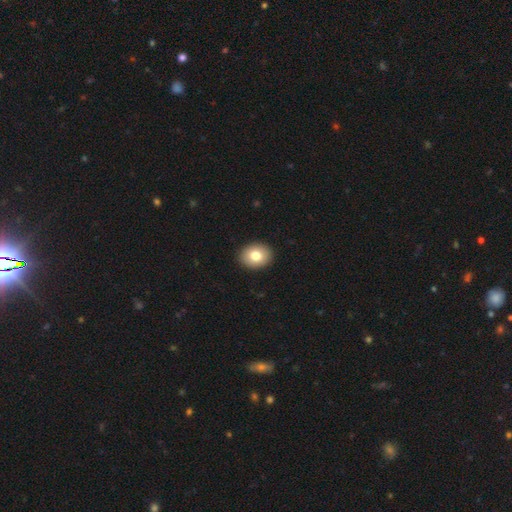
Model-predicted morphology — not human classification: This appears to be a smooth galaxy with no disk features (80%) that is in between round and cigar-shaped (50%). Merging: none (92%).